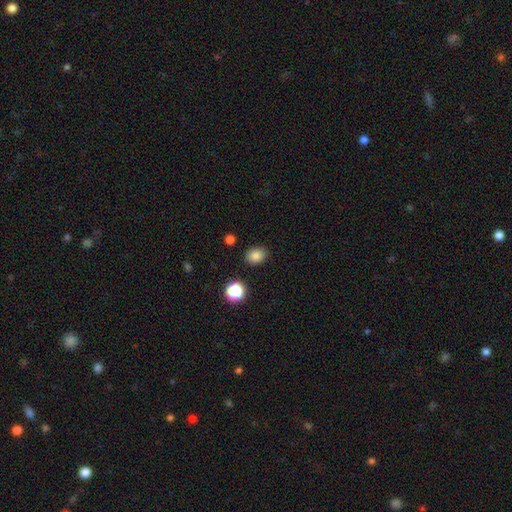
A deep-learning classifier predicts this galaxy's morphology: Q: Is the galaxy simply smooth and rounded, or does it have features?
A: smooth — 82%.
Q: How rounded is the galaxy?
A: round — 55%.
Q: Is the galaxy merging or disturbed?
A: none — 87%.